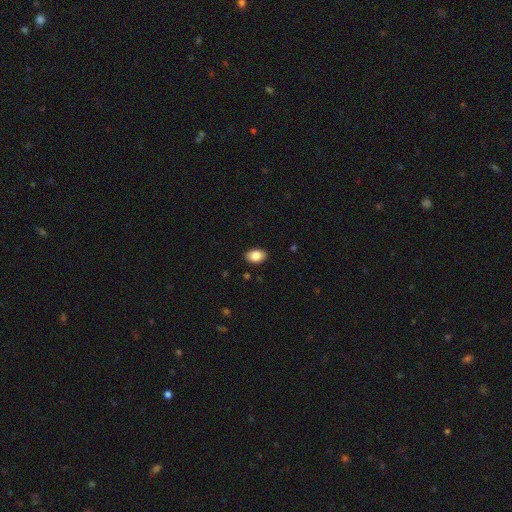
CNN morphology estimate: A smooth galaxy with no disk features (86%) that is in between round and cigar-shaped (87%). Merging: none (89%).